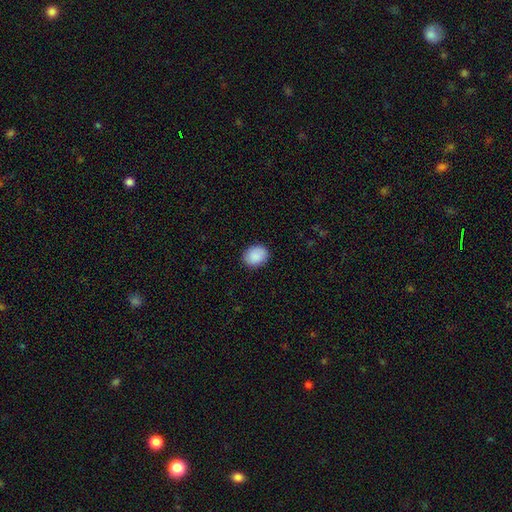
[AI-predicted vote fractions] A smooth galaxy with no disk features (90%) that is in between round and cigar-shaped (51%). Merging: none (89%).